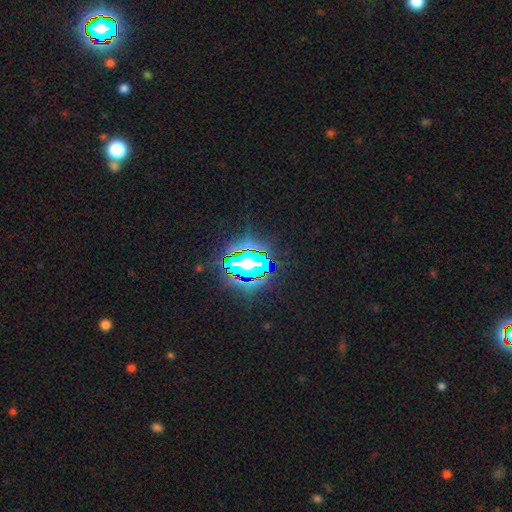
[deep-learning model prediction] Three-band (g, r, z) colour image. It shows a star or artifact, not a galaxy (82%).